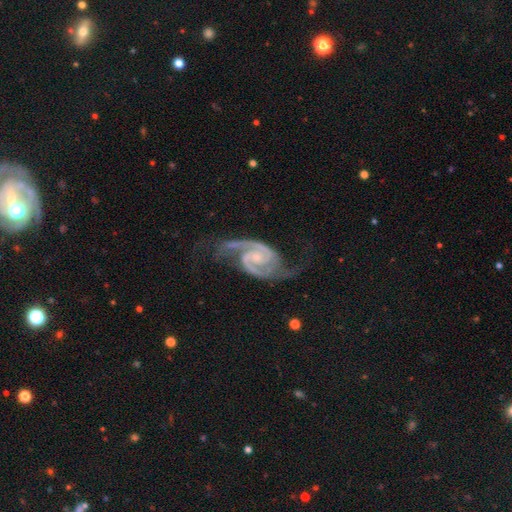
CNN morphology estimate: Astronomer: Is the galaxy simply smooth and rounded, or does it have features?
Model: featured or disk — 94%.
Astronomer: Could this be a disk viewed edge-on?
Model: no — 98%.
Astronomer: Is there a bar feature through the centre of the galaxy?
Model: no — 55% (runner-up: weak, 34%).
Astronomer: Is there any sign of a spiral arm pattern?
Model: yes — 99%.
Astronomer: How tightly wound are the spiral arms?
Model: medium — 57%.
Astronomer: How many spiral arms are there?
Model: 2 — 93%.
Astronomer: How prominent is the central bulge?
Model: small — 68%.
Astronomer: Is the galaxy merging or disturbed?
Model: none — 64%.